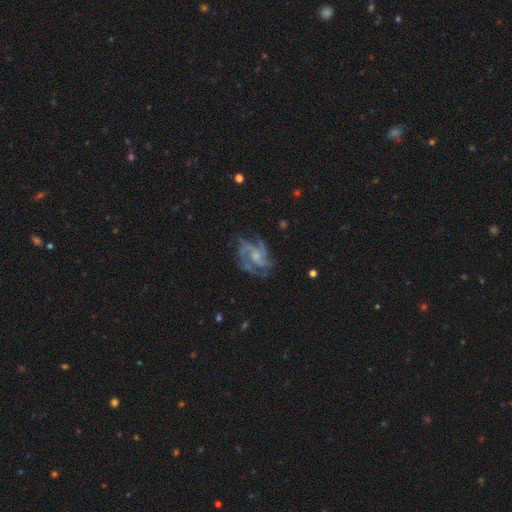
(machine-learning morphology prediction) type=featured or disk (87%); edge-on=no (98%); bar=no (65%); spiral arms=yes (97%); winding=medium (51%); arm count=3 (38%); bulge=small (51%); merging=none (67%).